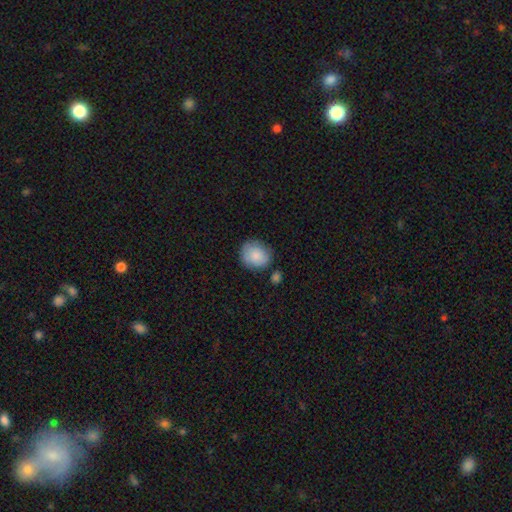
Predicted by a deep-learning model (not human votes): Smooth or featured: smooth — 84% (featured or disk — 9%)
How rounded: round — 74% (in between — 25%)
Merging: none — 73% (minor disturbance — 17%)